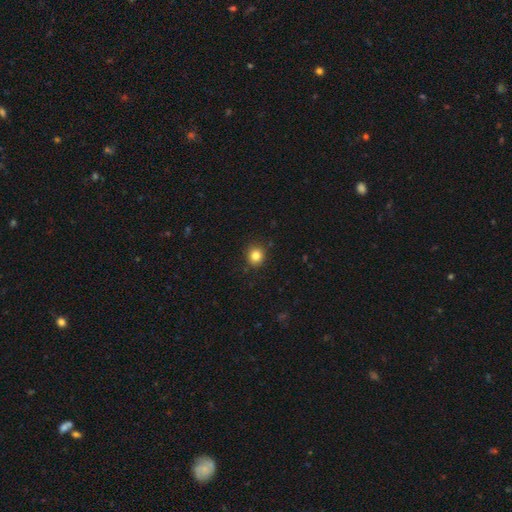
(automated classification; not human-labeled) This appears to be a smooth galaxy with no disk features (83%) that is round (88%). Merging: none (89%).